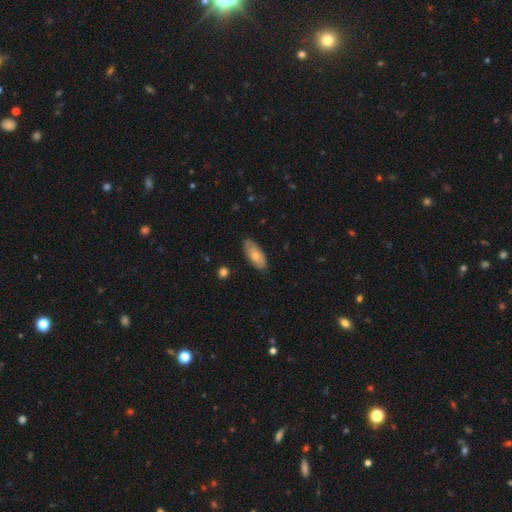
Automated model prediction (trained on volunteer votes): Q: Smooth or featured?
A: smooth (67%); runner-up: featured or disk (27%)
Q: How rounded?
A: in between (86%); runner-up: cigar-shaped (12%)
Q: Merging?
A: none (80%); runner-up: minor disturbance (16%)